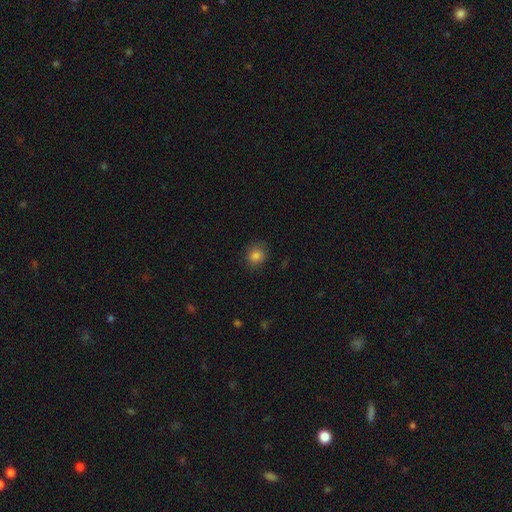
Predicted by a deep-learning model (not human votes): Morphology: type=smooth (83%); roundness=round (77%); merging=none (85%).